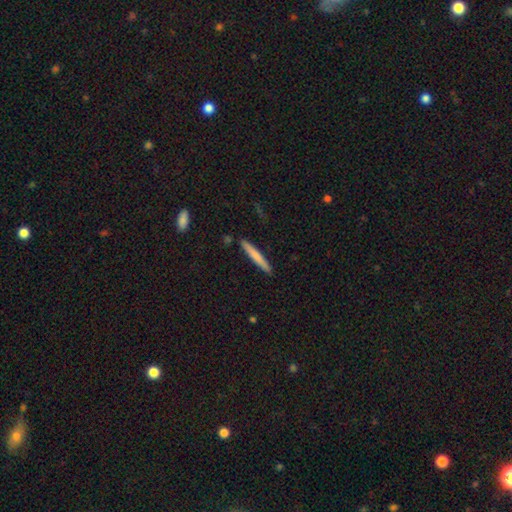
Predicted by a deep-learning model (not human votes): Smooth or featured? Predicted: smooth (p=0.71). How rounded? Predicted: cigar-shaped (p=0.96). Merging? Predicted: none (p=0.90).